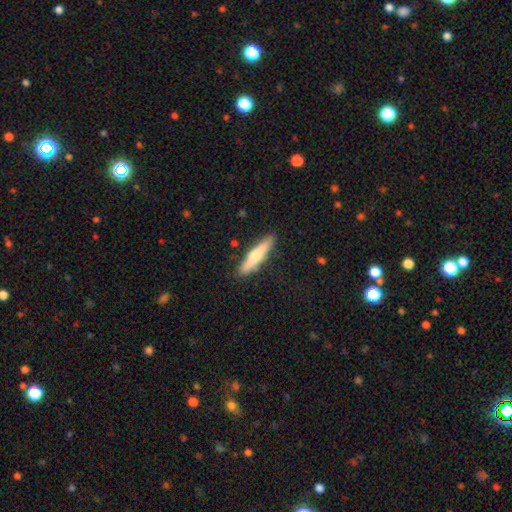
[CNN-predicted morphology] Smooth or featured? Predicted: smooth (p=0.55). How rounded? Predicted: cigar-shaped (p=0.88). Merging? Predicted: none (p=0.86).